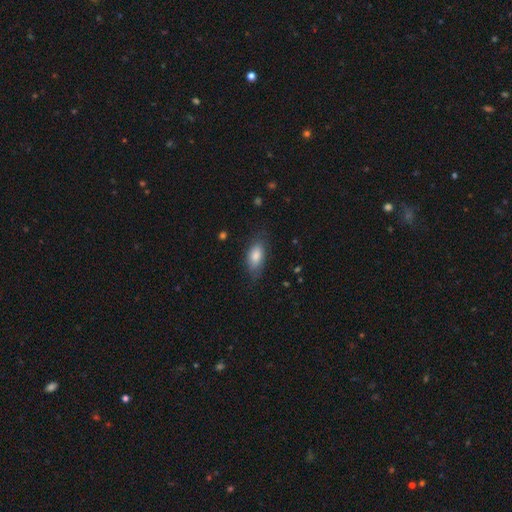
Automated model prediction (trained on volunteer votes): Smooth or featured? Predicted: smooth (p=0.81). How rounded? Predicted: in between (p=0.89). Merging? Predicted: none (p=0.72).